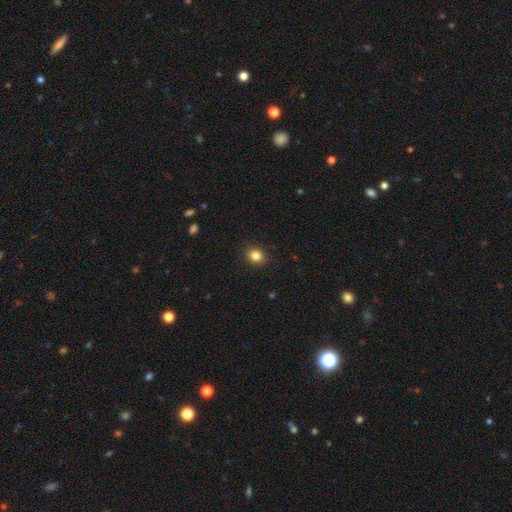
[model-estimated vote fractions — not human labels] smooth_or_featured: smooth (p=0.84) [alt: star or artifact p=0.11]
how_rounded: round (p=0.65) [alt: in between p=0.34]
merging: none (p=0.90) [alt: minor disturbance p=0.07]